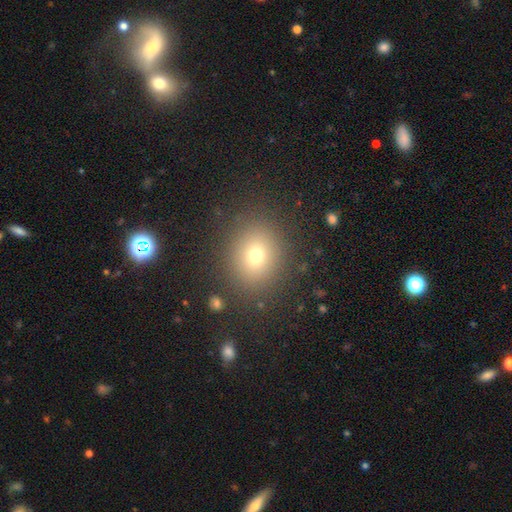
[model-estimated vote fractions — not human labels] A smooth galaxy with no disk features (71%) that is round (72%). Merging: none (86%).